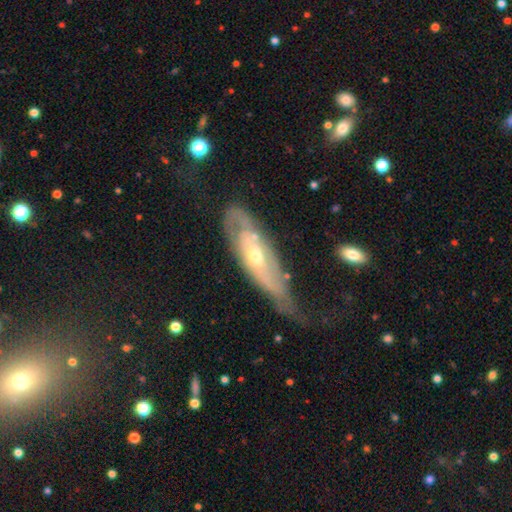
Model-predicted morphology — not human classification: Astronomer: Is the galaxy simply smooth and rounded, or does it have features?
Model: featured or disk — 72%.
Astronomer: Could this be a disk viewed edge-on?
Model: no — 77%.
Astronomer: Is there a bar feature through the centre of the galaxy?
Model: no — 71%.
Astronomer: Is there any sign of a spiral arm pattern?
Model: yes — 70%.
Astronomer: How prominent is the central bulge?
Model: moderate — 60%.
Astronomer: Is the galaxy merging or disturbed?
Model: none — 40% (runner-up: minor disturbance, 32%).